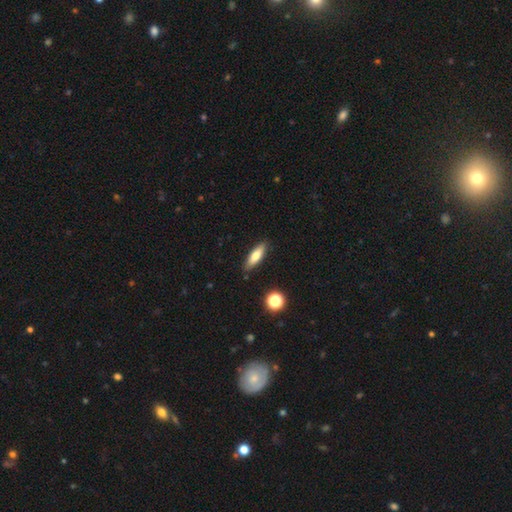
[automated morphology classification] The model was most divided on "how rounded": cigar-shaped: 51%, in between: 47%, round: 3%. More confident: merging — none (86%); smooth or featured — smooth (71%).